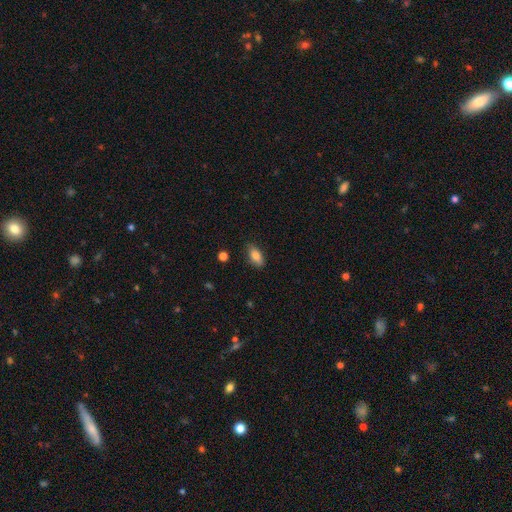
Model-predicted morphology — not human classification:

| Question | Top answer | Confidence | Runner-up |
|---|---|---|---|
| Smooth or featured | smooth | 83% | featured or disk (10%) |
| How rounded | in between | 88% | cigar-shaped (7%) |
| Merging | none | 85% | minor disturbance (11%) |